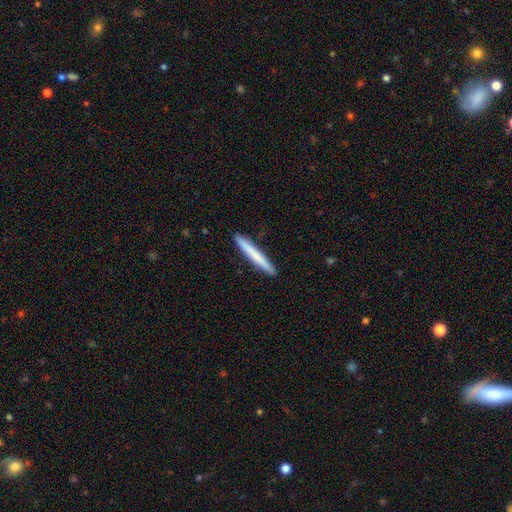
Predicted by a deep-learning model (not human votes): smooth-or-featured: smooth: 71% | featured or disk: 24% | star or artifact: 5%
  how-rounded: cigar-shaped: 97% | in between: 2% | round: 1%
  merging: none: 92% | minor disturbance: 6% | major disturbance: 1% | merger: 1%